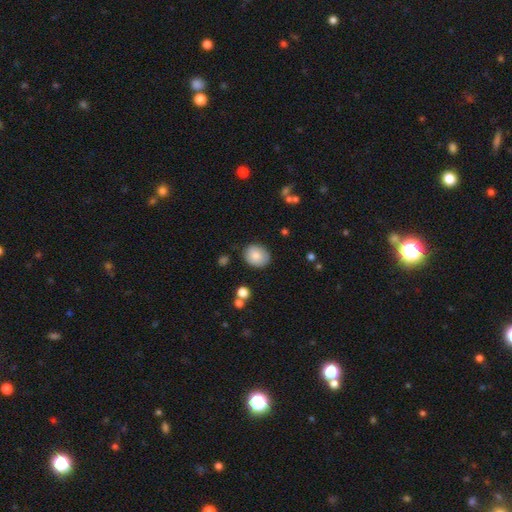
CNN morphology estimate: Smooth or featured? smooth (81%)
How rounded? round (63%)
Merging? none (83%)